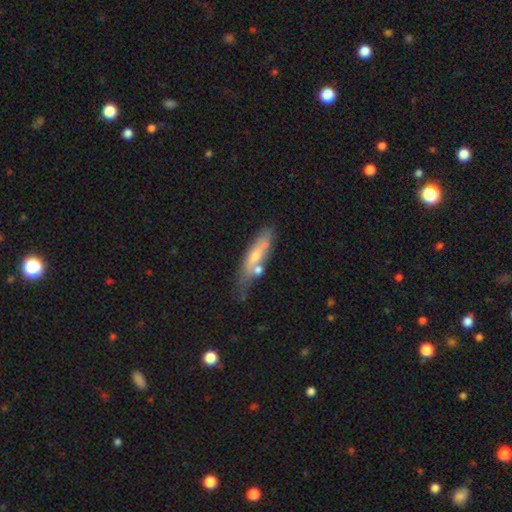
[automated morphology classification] Q: Smooth or featured?
A: smooth (53%); runner-up: featured or disk (40%)
Q: How rounded?
A: cigar-shaped (68%); runner-up: in between (30%)
Q: Merging?
A: none (51%); runner-up: minor disturbance (24%)